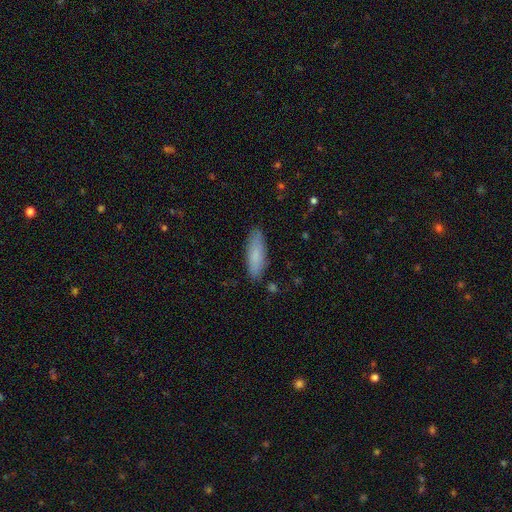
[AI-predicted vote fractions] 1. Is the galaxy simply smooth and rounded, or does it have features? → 83% smooth, 11% featured or disk, 6% star or artifact.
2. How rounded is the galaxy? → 50% in between, 48% cigar-shaped, 2% round.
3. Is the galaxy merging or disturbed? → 85% none, 11% minor disturbance, 2% major disturbance, 1% merger.